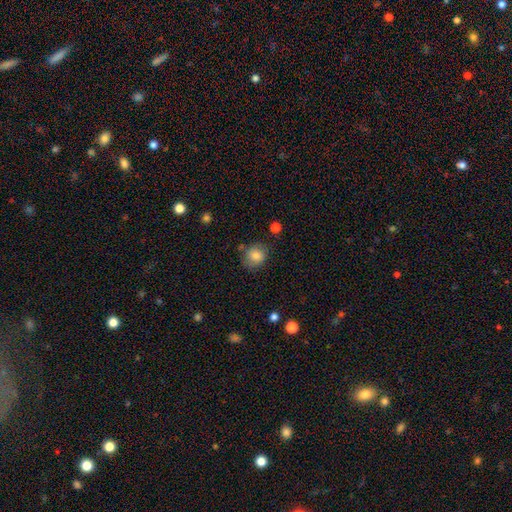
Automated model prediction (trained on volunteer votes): A smooth galaxy with no disk features (79%) that is round (77%).

Vote fractions:
- Smooth or featured? smooth: 79% / featured or disk: 12% / star or artifact: 9%
- How rounded? round: 77% / in between: 22% / cigar-shaped: 1%
- Merging? none: 71% / minor disturbance: 19% / major disturbance: 6% / merger: 3%